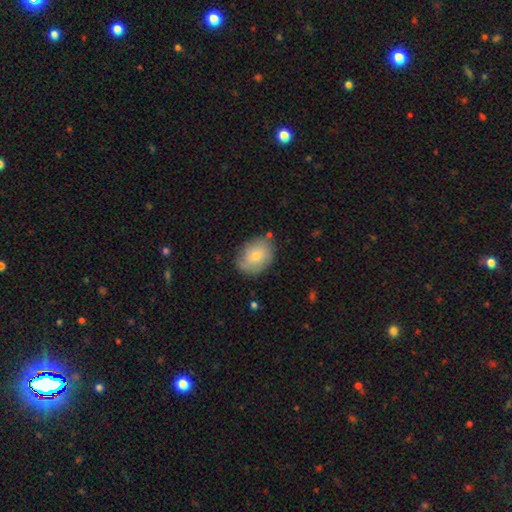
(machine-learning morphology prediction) The model was most divided on "how rounded": in between: 65%, round: 34%, cigar-shaped: 1%. More confident: merging — none (74%); smooth or featured — smooth (70%).